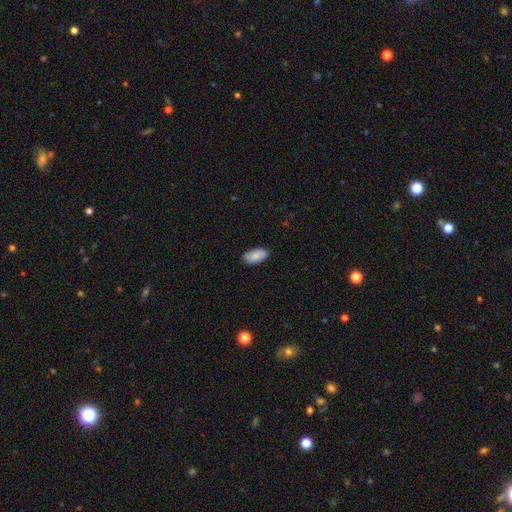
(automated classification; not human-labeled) Q: Smooth or featured?
A: smooth (81%); runner-up: featured or disk (12%)
Q: How rounded?
A: in between (94%); runner-up: cigar-shaped (3%)
Q: Merging?
A: none (82%); runner-up: minor disturbance (15%)